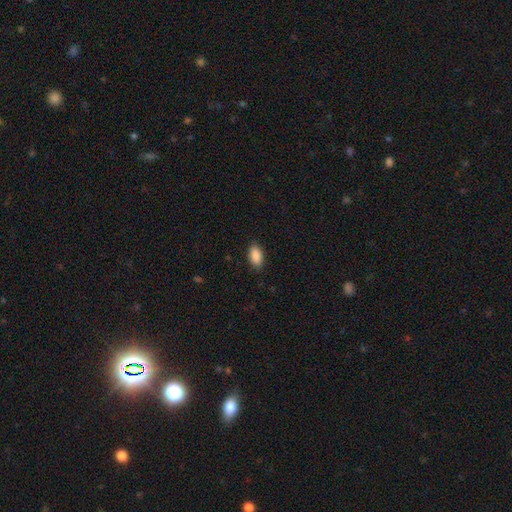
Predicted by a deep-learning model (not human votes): Overall: smooth (89%). How rounded: in between (93%). Merging: none (86%).